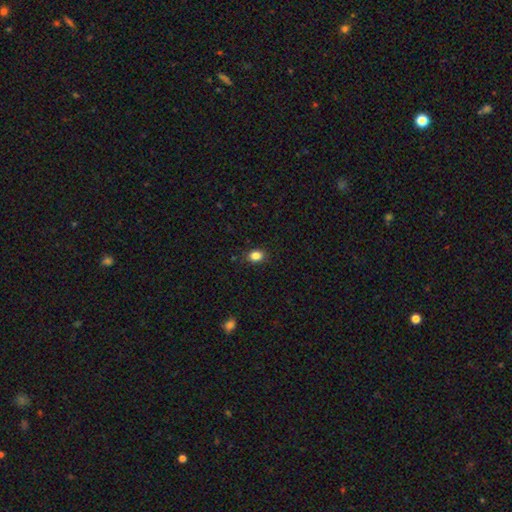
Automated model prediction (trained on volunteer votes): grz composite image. It shows a smooth galaxy with no disk features (85%) that is in between round and cigar-shaped (63%). Merging: none (87%).